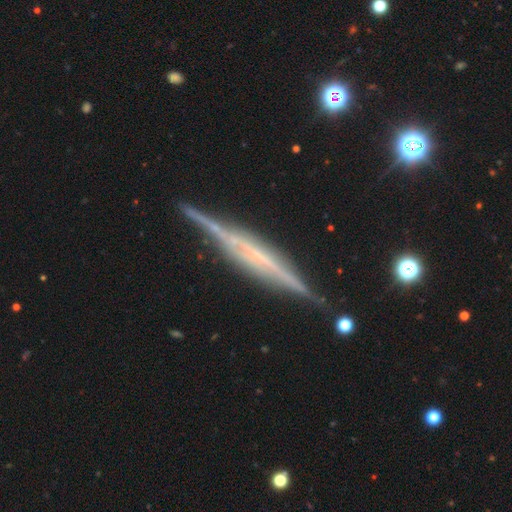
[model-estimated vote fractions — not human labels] Smooth or featured?
  - featured or disk: 83% *
  - smooth: 11%
  - star or artifact: 6%
Edge-on disk?
  - yes: 98% *
  - no: 2%
Edge-on bulge?
  - none: 38% *
  - boxy: 33%
  - rounded: 29%
Merging?
  - none: 86% *
  - minor disturbance: 10%
  - major disturbance: 2%
  - merger: 2%